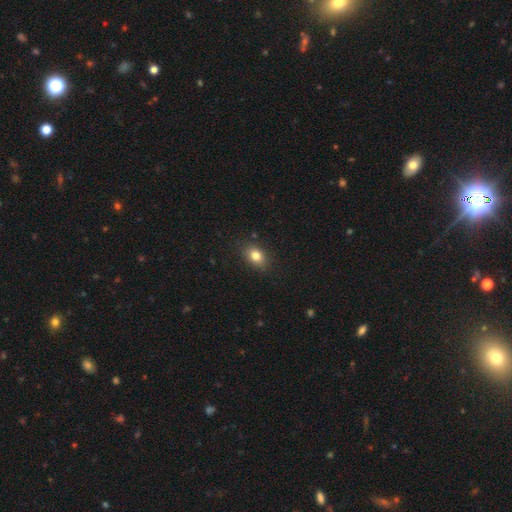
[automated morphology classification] Smooth or featured? smooth (82%)
How rounded? in between (72%)
Merging? none (85%)